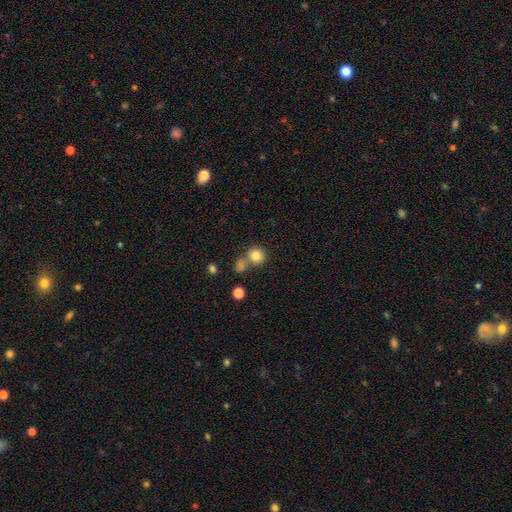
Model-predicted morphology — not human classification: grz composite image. It shows a smooth galaxy with no disk features (82%) that is round (89%). Merging: none (61%).